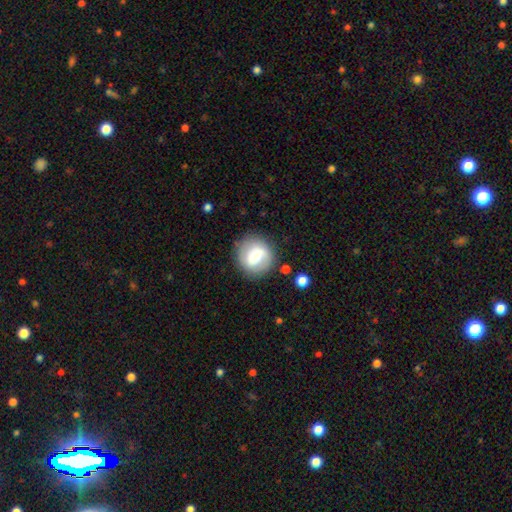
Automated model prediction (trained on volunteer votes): A smooth galaxy with no disk features (55%) that is round (86%). Merging: none (81%).